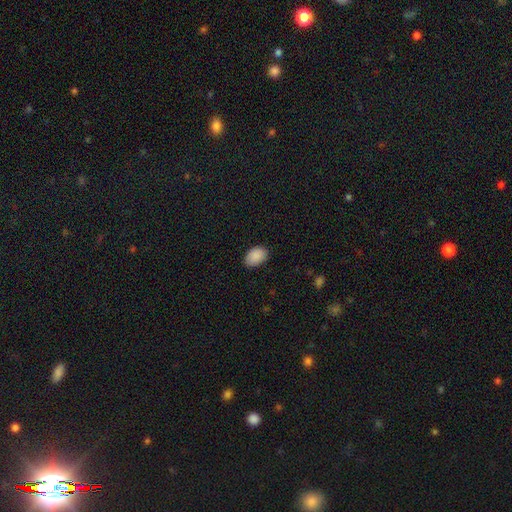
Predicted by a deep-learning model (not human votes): smooth-or-featured: smooth: 89% | star or artifact: 7% | featured or disk: 4%
  how-rounded: in between: 87% | round: 12% | cigar-shaped: 1%
  merging: none: 82% | minor disturbance: 14% | major disturbance: 3% | merger: 1%